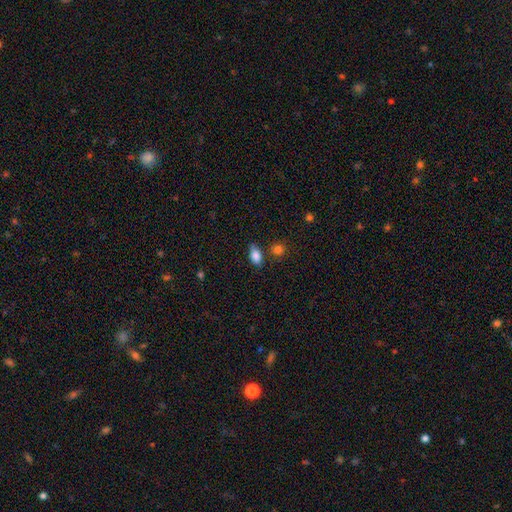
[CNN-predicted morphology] Smooth or featured? smooth (84%)
How rounded? in between (87%)
Merging? none (67%)